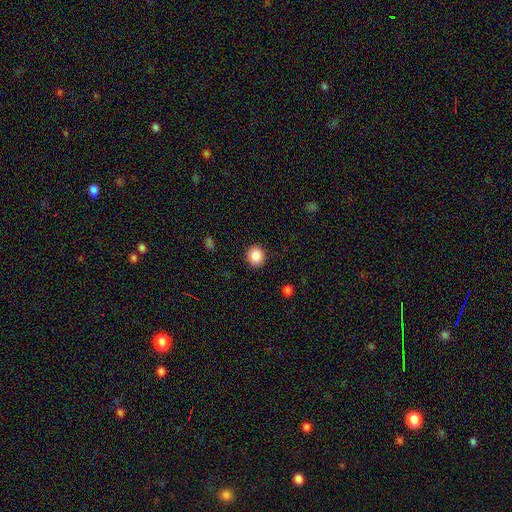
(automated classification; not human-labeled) A smooth galaxy with no disk features (87%) that is round (85%). Merging: none (91%).